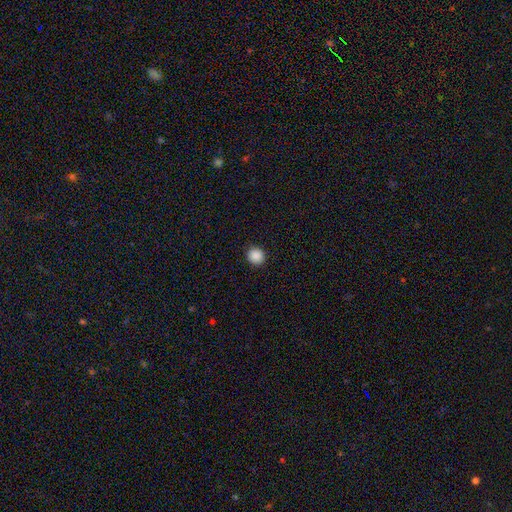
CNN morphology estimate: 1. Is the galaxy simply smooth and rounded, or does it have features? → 89% smooth, 9% star or artifact, 2% featured or disk.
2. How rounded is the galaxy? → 90% round, 9% in between, 1% cigar-shaped.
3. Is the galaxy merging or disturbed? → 92% none, 5% minor disturbance, 2% major disturbance, 1% merger.